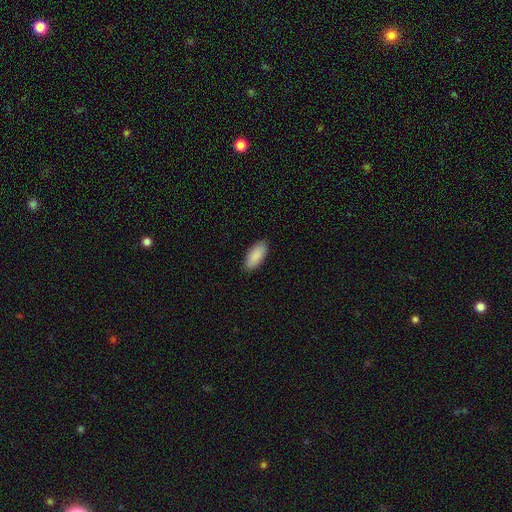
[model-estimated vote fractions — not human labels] smooth_or_featured: smooth (p=0.91) [alt: star or artifact p=0.05]
how_rounded: in between (p=0.91) [alt: cigar-shaped p=0.08]
merging: none (p=0.88) [alt: minor disturbance p=0.09]